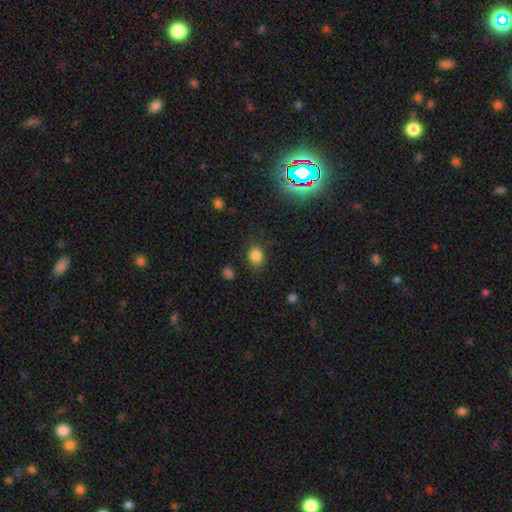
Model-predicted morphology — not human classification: smooth 82%, star or artifact 13%, featured or disk 5%. Down the decision tree: how rounded — in between (50%); merging — none (81%).